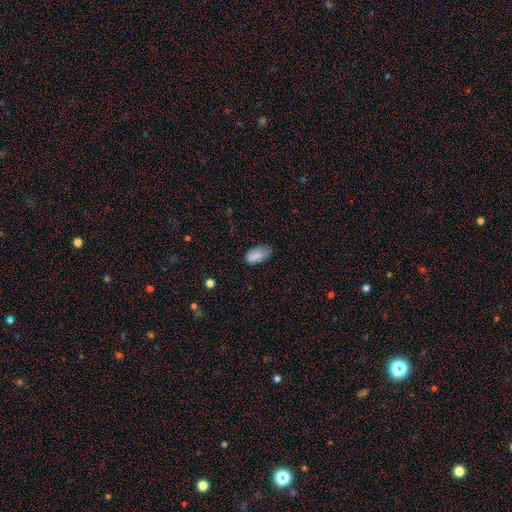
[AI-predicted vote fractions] smooth_or_featured: smooth (p=0.86) [alt: star or artifact p=0.08]
how_rounded: in between (p=0.94) [alt: round p=0.04]
merging: none (p=0.62) [alt: minor disturbance p=0.30]